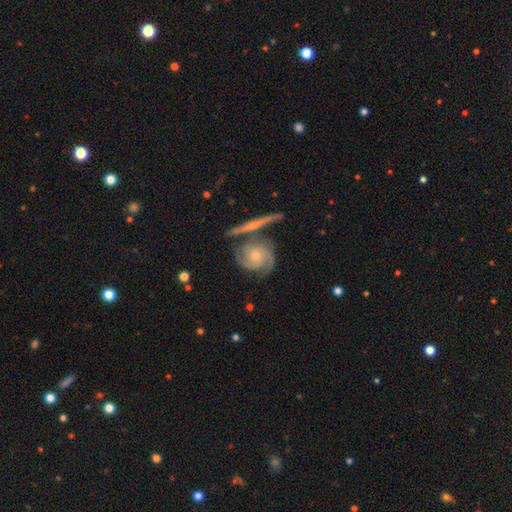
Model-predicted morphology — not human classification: A featured or disk galaxy (89%) with no bar (73%), 2 (49%) tight (66%) spiral arms (98%) and a small central bulge (53%). Merging: none (65%).